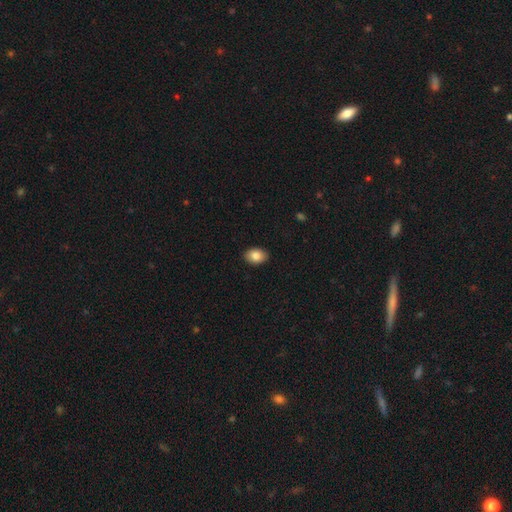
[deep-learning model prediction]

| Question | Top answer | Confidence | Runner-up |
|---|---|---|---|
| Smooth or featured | smooth | 85% | star or artifact (8%) |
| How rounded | in between | 80% | round (19%) |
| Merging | none | 90% | minor disturbance (7%) |